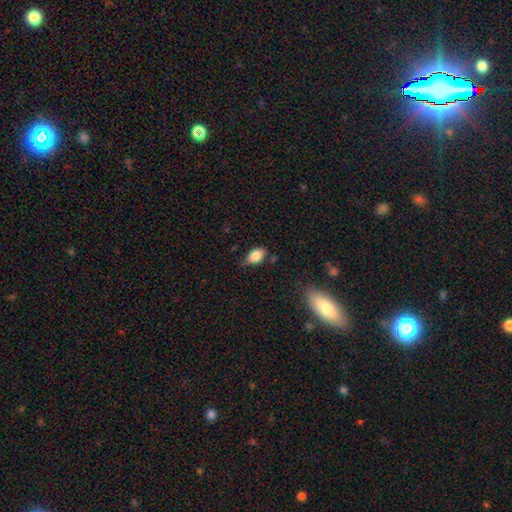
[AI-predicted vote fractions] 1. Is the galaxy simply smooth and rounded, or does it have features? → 85% smooth, 8% star or artifact, 7% featured or disk.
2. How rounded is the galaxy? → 88% in between, 10% round, 2% cigar-shaped.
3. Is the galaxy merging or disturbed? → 69% none, 23% minor disturbance, 4% major disturbance, 3% merger.